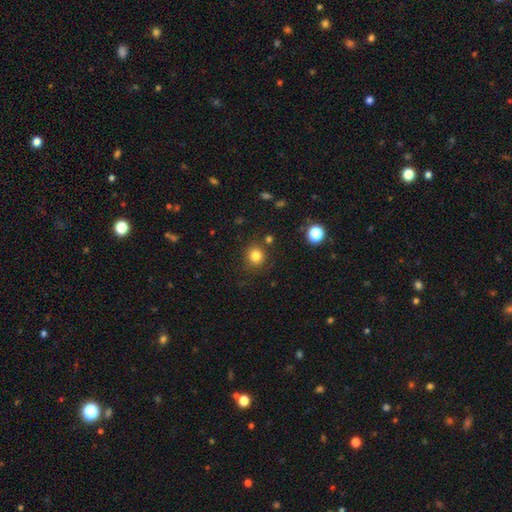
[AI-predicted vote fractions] Smooth or featured?
  - smooth: 82% *
  - star or artifact: 13%
  - featured or disk: 5%
How rounded?
  - round: 89% *
  - in between: 10%
  - cigar-shaped: 1%
Merging?
  - none: 85% *
  - minor disturbance: 8%
  - merger: 4%
  - major disturbance: 3%